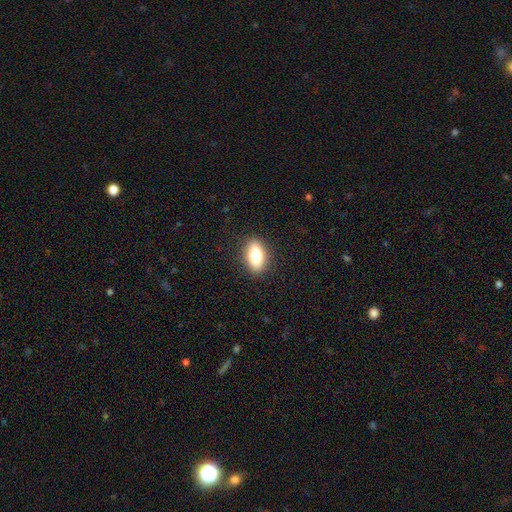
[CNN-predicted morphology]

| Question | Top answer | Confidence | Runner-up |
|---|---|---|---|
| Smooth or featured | smooth | 77% | featured or disk (15%) |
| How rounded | in between | 84% | cigar-shaped (9%) |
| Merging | none | 88% | minor disturbance (9%) |